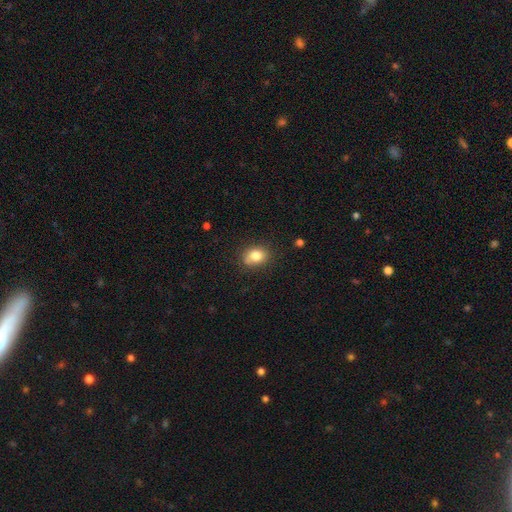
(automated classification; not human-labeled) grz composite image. It shows a smooth galaxy with no disk features (80%) that is in between round and cigar-shaped (56%). Merging: none (75%).